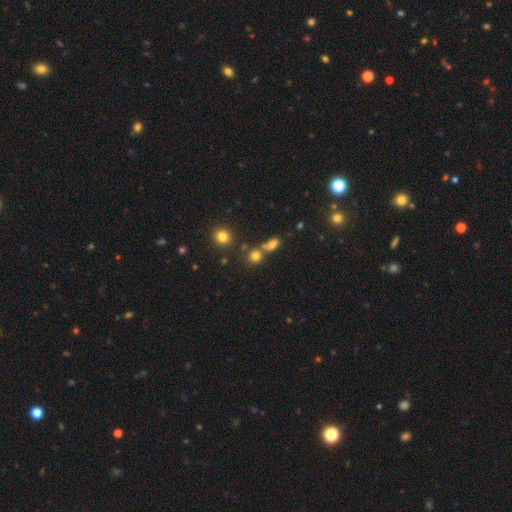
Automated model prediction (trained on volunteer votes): Overall: smooth (75%). How rounded: round (81%). Merging: none (56%; merger 31%).